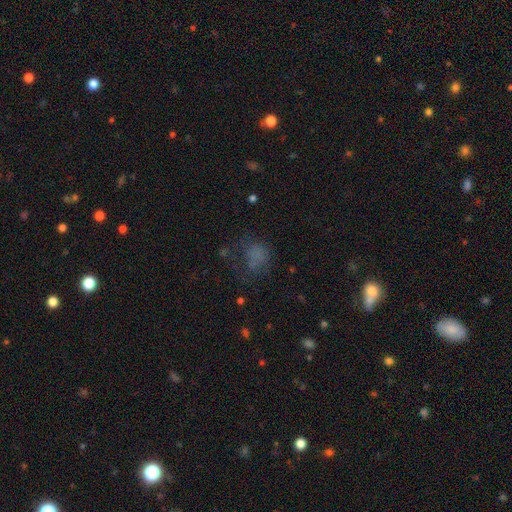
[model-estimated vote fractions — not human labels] A smooth galaxy with no disk features (61%) that is round (55%).

Vote fractions:
- Smooth or featured? smooth: 61% / star or artifact: 22% / featured or disk: 16%
- How rounded? round: 55% / in between: 43% / cigar-shaped: 1%
- Merging? none: 45% / major disturbance: 29% / minor disturbance: 21% / merger: 4%